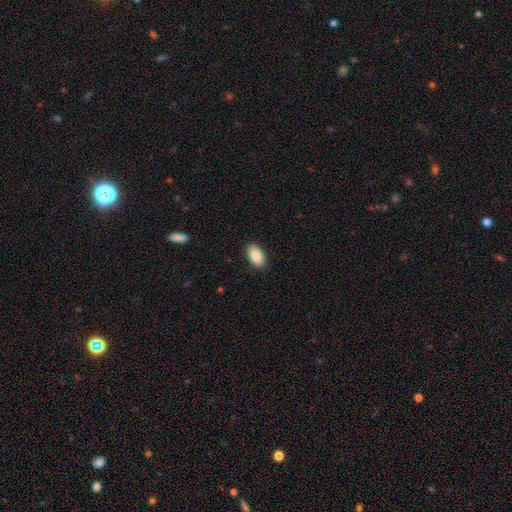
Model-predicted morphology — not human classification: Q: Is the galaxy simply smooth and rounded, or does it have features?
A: smooth — 89%.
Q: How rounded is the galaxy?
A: in between — 94%.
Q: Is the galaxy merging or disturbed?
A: none — 90%.